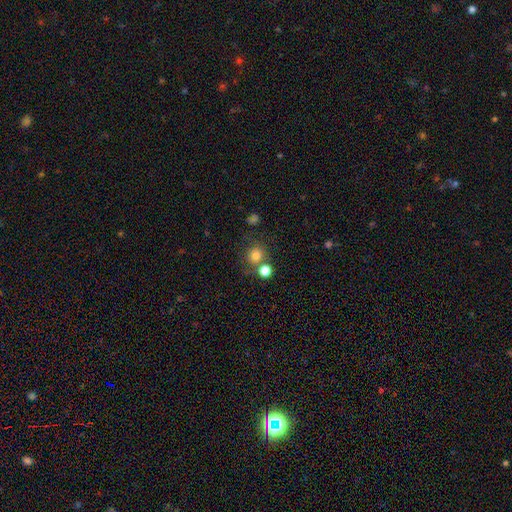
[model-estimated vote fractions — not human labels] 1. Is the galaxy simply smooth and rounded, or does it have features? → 77% smooth, 14% star or artifact, 9% featured or disk.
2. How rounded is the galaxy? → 89% round, 10% in between, 1% cigar-shaped.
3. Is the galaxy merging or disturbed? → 66% none, 19% merger, 10% minor disturbance, 5% major disturbance.